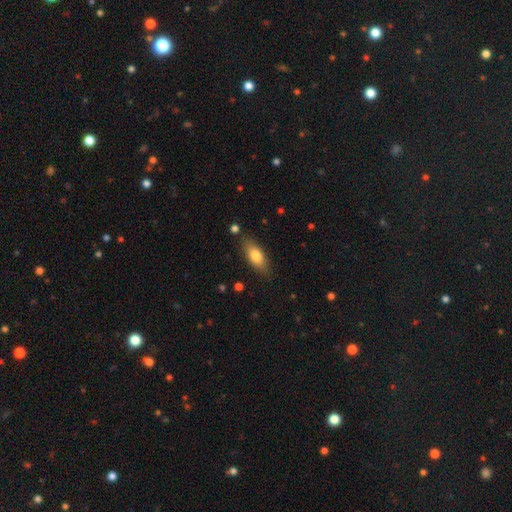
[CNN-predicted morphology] Q: Smooth or featured?
A: smooth (77%); runner-up: featured or disk (16%)
Q: How rounded?
A: in between (80%); runner-up: cigar-shaped (17%)
Q: Merging?
A: none (83%); runner-up: minor disturbance (12%)